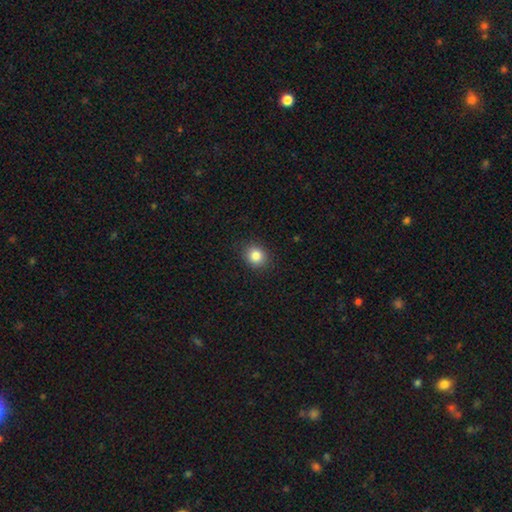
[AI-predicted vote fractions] Morphology: type=smooth (84%); roundness=round (78%); merging=none (90%).